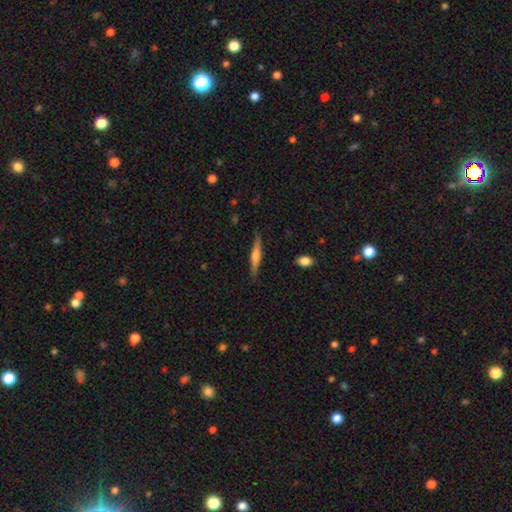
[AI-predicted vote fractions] Q: Smooth or featured?
A: featured or disk (53%); runner-up: smooth (41%)
Q: Edge-on disk?
A: yes (96%); runner-up: no (4%)
Q: Edge-on bulge?
A: rounded (68%); runner-up: boxy (20%)
Q: Merging?
A: none (85%); runner-up: minor disturbance (12%)